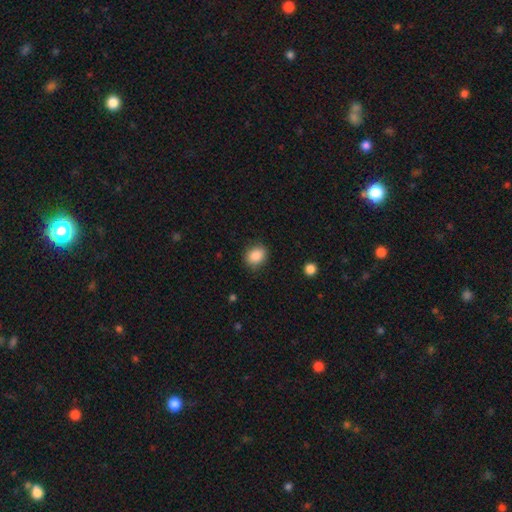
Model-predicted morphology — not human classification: Smooth or featured?
  - smooth: 87% *
  - star or artifact: 9%
  - featured or disk: 4%
How rounded?
  - round: 54% *
  - in between: 45%
  - cigar-shaped: 1%
Merging?
  - none: 84% *
  - minor disturbance: 12%
  - major disturbance: 3%
  - merger: 1%